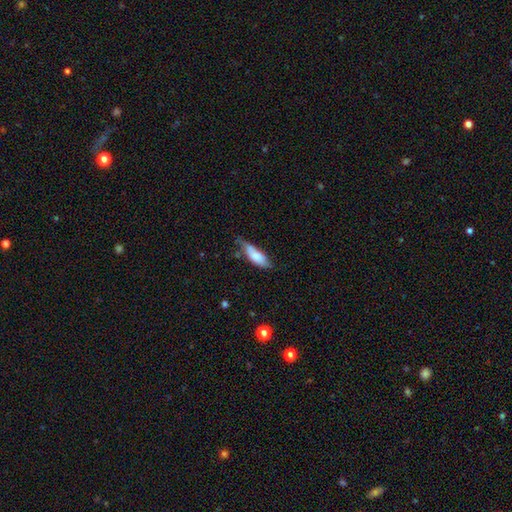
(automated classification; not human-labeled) smooth_or_featured: smooth (p=0.76) [alt: featured or disk p=0.17]
how_rounded: in between (p=0.67) [alt: cigar-shaped p=0.31]
merging: minor disturbance (p=0.42) [alt: none p=0.40]